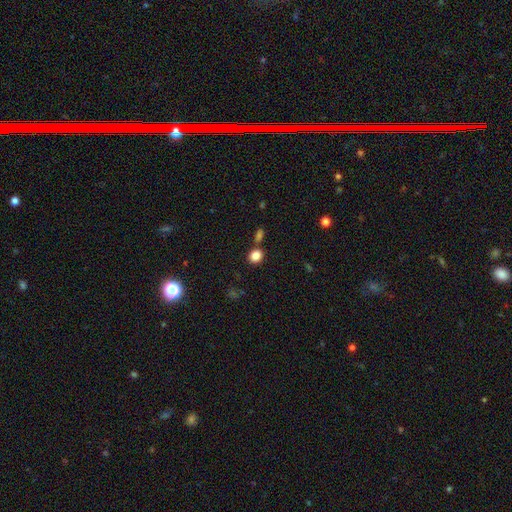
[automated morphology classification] type=smooth (84%); roundness=round (65%); merging=none (70%).